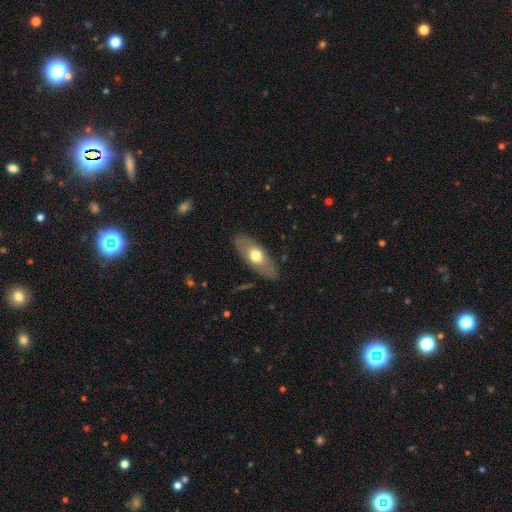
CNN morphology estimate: Smooth or featured?
  - smooth: 59% *
  - featured or disk: 35%
  - star or artifact: 6%
How rounded?
  - in between: 76% *
  - cigar-shaped: 20%
  - round: 4%
Merging?
  - none: 84% *
  - minor disturbance: 12%
  - major disturbance: 3%
  - merger: 1%